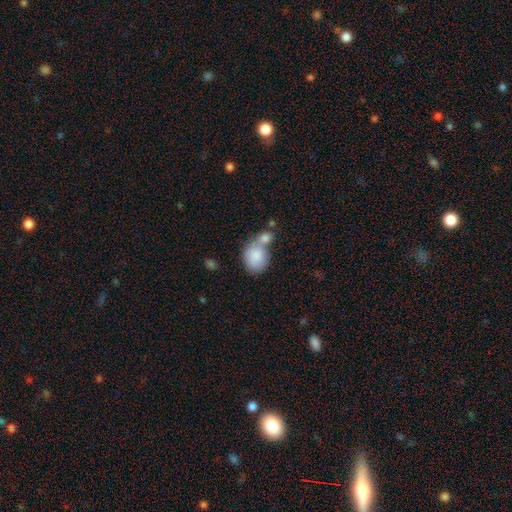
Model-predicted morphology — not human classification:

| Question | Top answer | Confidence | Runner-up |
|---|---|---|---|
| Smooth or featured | smooth | 83% | featured or disk (11%) |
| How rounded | in between | 52% | round (47%) |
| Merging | merger | 50% | none (30%) |